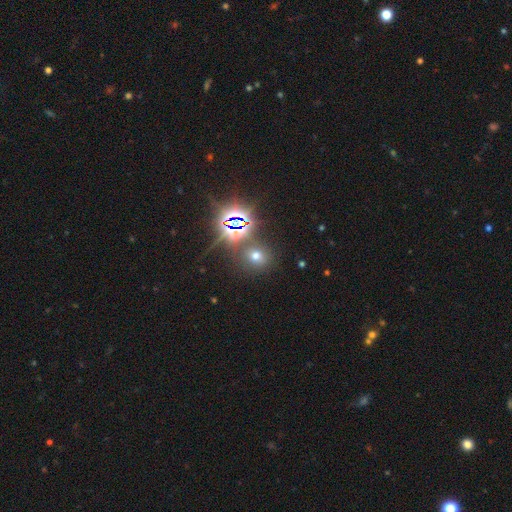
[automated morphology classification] This is possibly a smooth galaxy (53%). How rounded: likely round (73%). Merging: likely none (78%).